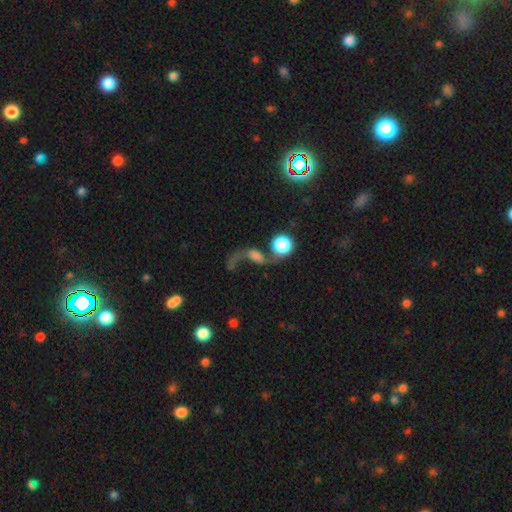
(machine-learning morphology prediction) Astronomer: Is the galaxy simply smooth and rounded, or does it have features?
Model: featured or disk — 45% (runner-up: smooth, 43%).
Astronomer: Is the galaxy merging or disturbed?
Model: merger — 38% (runner-up: major disturbance, 28%).